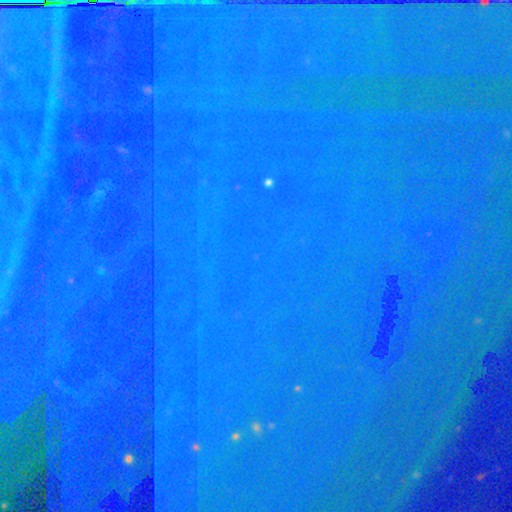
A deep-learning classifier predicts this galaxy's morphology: A star or artifact, not a galaxy (85%).